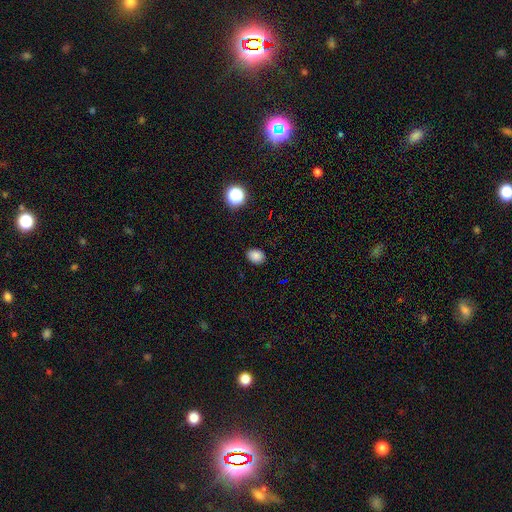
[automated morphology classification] Smooth or featured: smooth — 84% (star or artifact — 12%)
How rounded: in between — 67% (round — 32%)
Merging: none — 87% (minor disturbance — 9%)